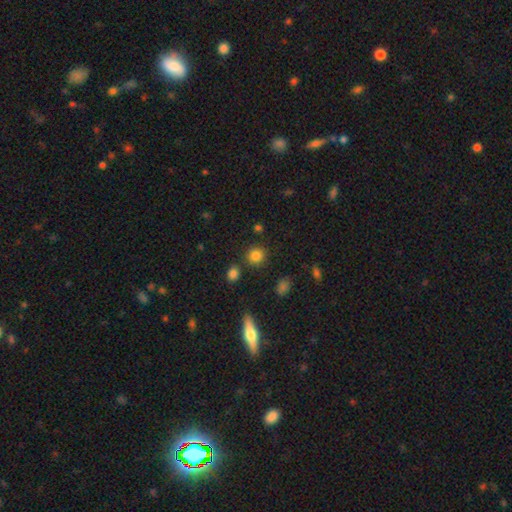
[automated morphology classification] smooth_or_featured: smooth (p=0.83) [alt: star or artifact p=0.12]
how_rounded: round (p=0.89) [alt: in between p=0.10]
merging: none (p=0.84) [alt: minor disturbance p=0.08]